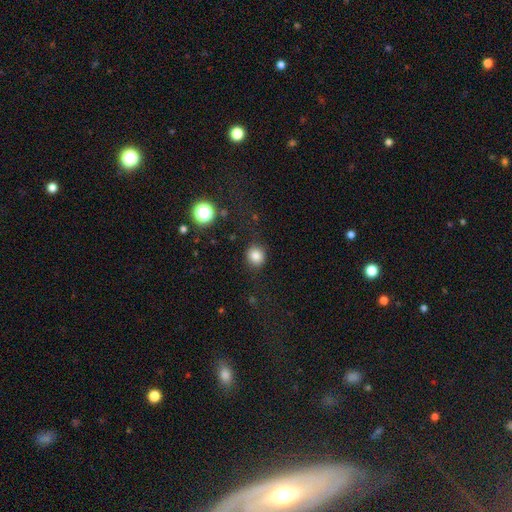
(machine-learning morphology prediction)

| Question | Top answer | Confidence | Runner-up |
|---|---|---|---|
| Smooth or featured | smooth | 83% | star or artifact (12%) |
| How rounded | round | 84% | in between (15%) |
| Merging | none | 86% | minor disturbance (9%) |